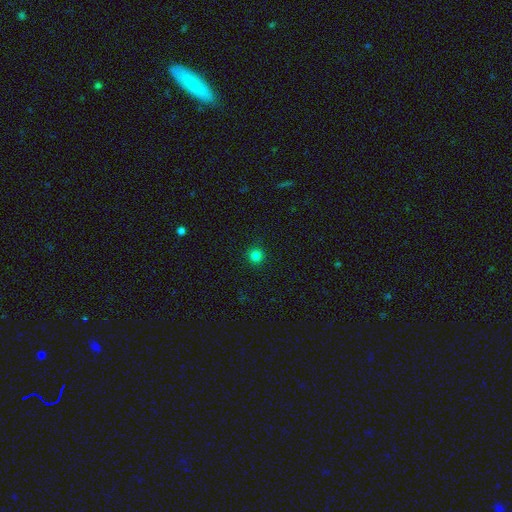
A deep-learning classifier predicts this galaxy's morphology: A smooth galaxy with no disk features (81%) that is round (96%).

Vote fractions:
- Smooth or featured? smooth: 81% / star or artifact: 15% / featured or disk: 4%
- How rounded? round: 96% / in between: 4% / cigar-shaped: 1%
- Merging? none: 93% / minor disturbance: 5% / major disturbance: 2% / merger: 1%